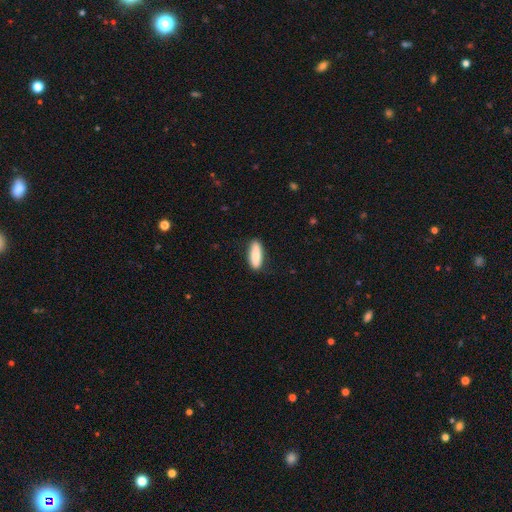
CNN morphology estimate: A smooth galaxy with no disk features (83%) that is in between round and cigar-shaped (56%). Merging: none (82%).